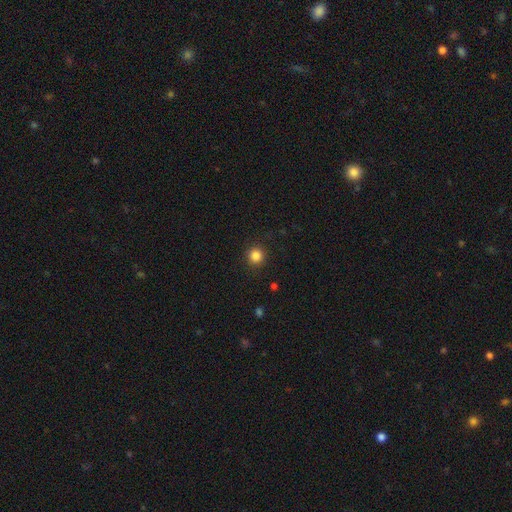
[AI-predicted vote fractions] Smooth or featured: smooth — 84% (star or artifact — 12%)
How rounded: round — 95% (in between — 5%)
Merging: none — 91% (minor disturbance — 6%)